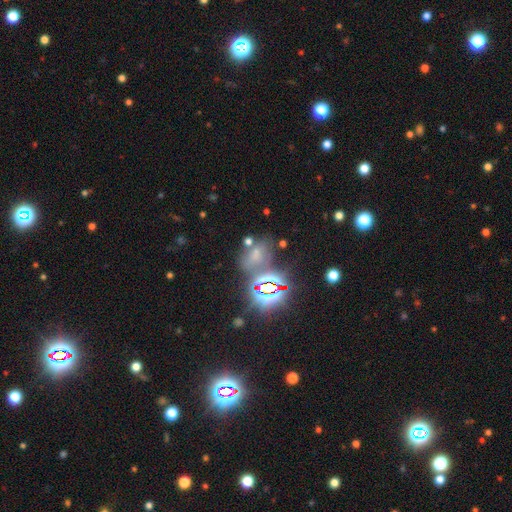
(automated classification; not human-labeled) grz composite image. It shows a star or artifact, not a galaxy (47%).